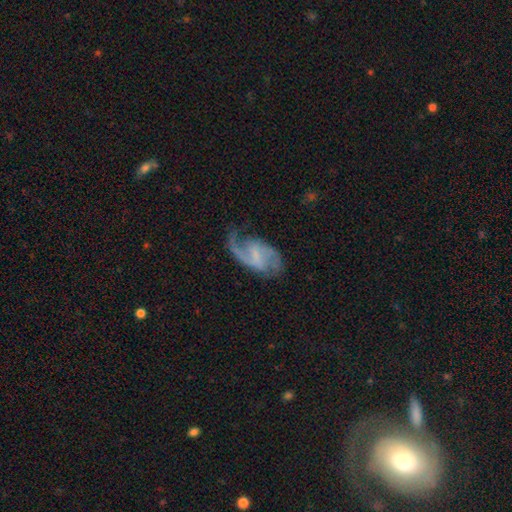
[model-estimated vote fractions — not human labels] A featured or disk galaxy (86%) with a weak bar (52%), 2 (80%) medium (47%) spiral arms (96%) and no central bulge (45%). Merging: none (64%).